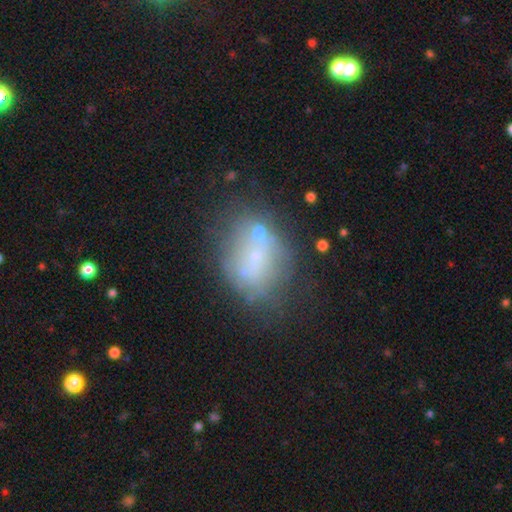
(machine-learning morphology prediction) smooth_or_featured: smooth (p=0.46) [alt: featured or disk p=0.37]
merging: none (p=0.48) [alt: minor disturbance p=0.22]